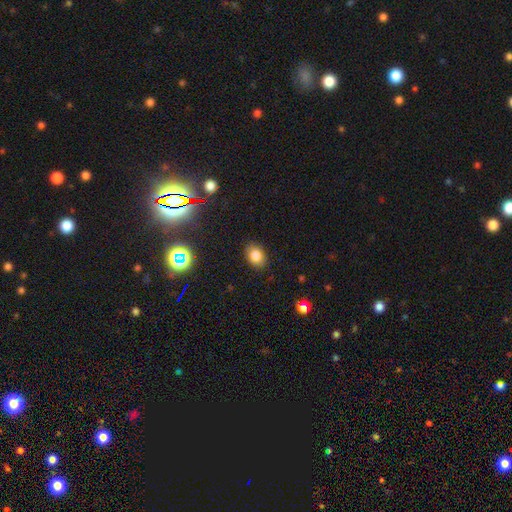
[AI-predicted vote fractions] Q: Smooth or featured?
A: smooth (81%); runner-up: star or artifact (13%)
Q: How rounded?
A: in between (67%); runner-up: round (32%)
Q: Merging?
A: none (85%); runner-up: minor disturbance (11%)